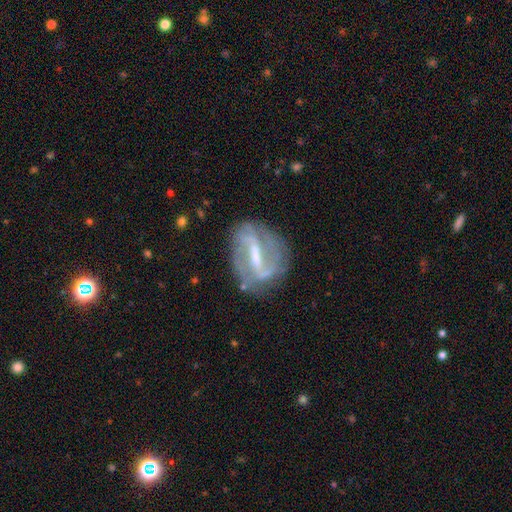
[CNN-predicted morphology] Q: Smooth or featured?
A: featured or disk (84%); runner-up: smooth (10%)
Q: Edge-on disk?
A: no (94%); runner-up: yes (6%)
Q: Bar?
A: strong (63%); runner-up: weak (30%)
Q: Spiral arms?
A: yes (87%); runner-up: no (13%)
Q: Spiral winding?
A: medium (43%); runner-up: loose (29%)
Q: Spiral arm count?
A: 2 (71%); runner-up: can't tell (15%)
Q: Bulge size?
A: small (48%); runner-up: moderate (38%)
Q: Merging?
A: none (70%); runner-up: minor disturbance (18%)